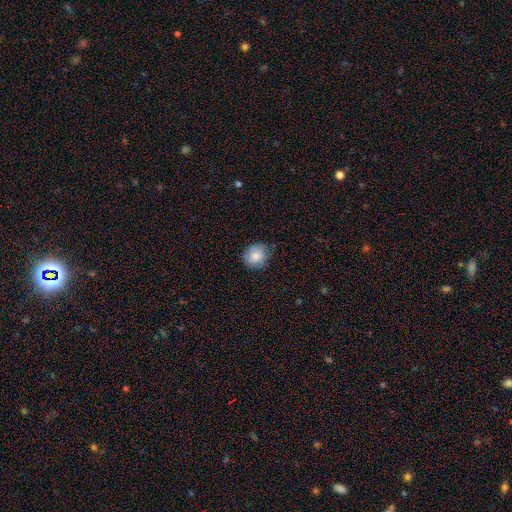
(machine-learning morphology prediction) A smooth galaxy with no disk features (83%) that is round (80%).

Vote fractions:
- Smooth or featured? smooth: 83% / featured or disk: 9% / star or artifact: 8%
- How rounded? round: 80% / in between: 19% / cigar-shaped: 1%
- Merging? none: 77% / minor disturbance: 19% / major disturbance: 3% / merger: 1%